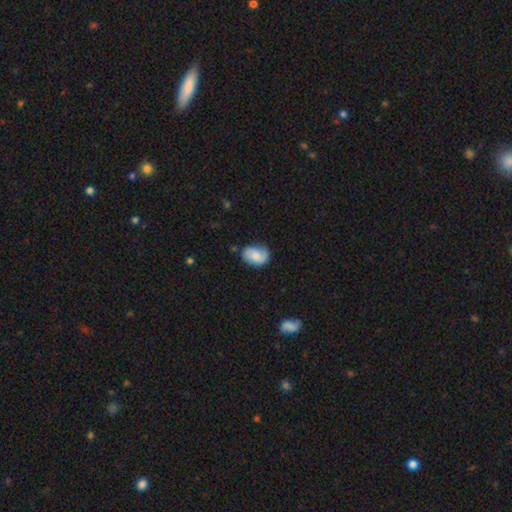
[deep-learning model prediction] This is possibly a smooth galaxy (59%). How rounded: likely in between (75%). Merging: likely none (64%).